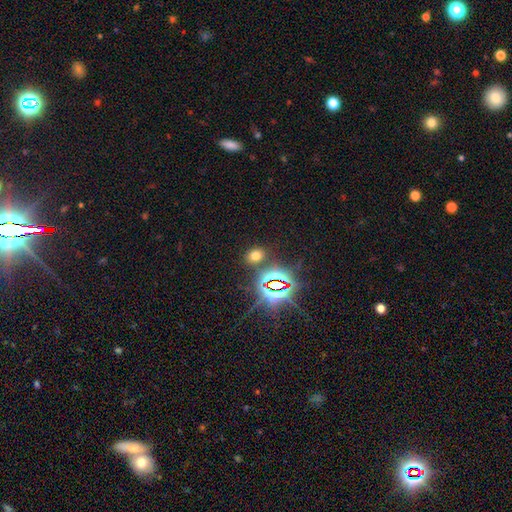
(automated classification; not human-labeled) Smooth or featured?
  - smooth: 57% *
  - star or artifact: 36%
  - featured or disk: 7%
How rounded?
  - in between: 55% *
  - round: 43%
  - cigar-shaped: 1%
Merging?
  - none: 82% *
  - minor disturbance: 8%
  - merger: 6%
  - major disturbance: 3%